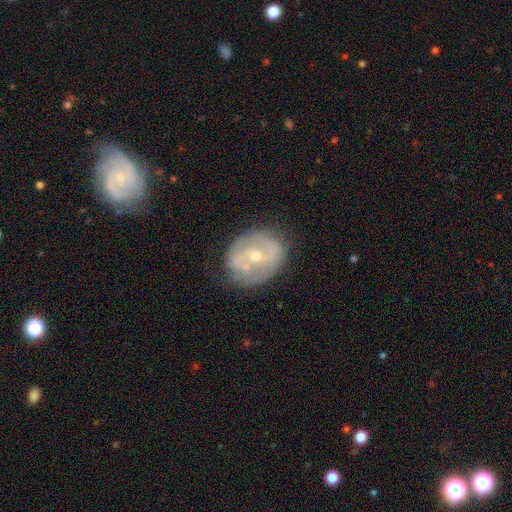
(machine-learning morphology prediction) smooth_or_featured: featured or disk (p=0.66) [alt: smooth p=0.25]
disk_edge_on: no (p=0.96) [alt: yes p=0.04]
bar: no (p=0.48) [alt: weak p=0.34]
has_spiral_arms: yes (p=0.51) [alt: no p=0.49]
bulge_size: moderate (p=0.49) [alt: small p=0.47]
merging: none (p=0.70) [alt: minor disturbance p=0.19]